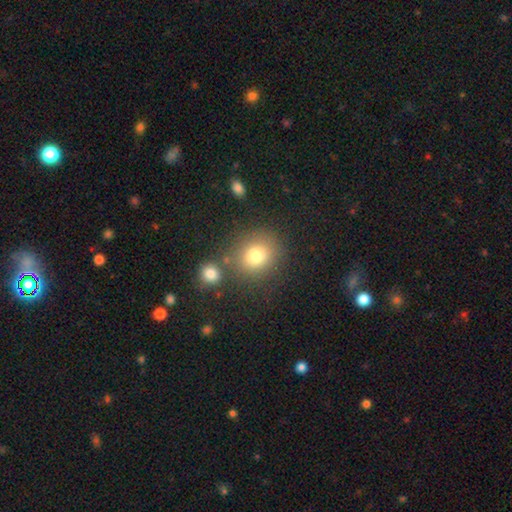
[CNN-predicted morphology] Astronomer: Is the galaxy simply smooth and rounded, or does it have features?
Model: smooth — 78%.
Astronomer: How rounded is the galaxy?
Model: round — 79%.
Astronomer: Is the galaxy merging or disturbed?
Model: none — 74%.